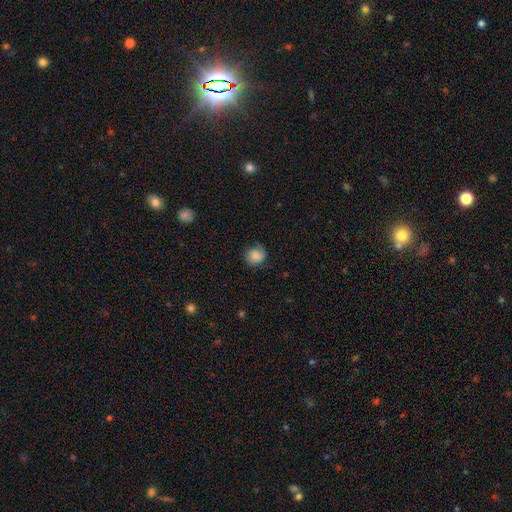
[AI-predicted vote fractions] Morphology: type=smooth (86%); roundness=round (90%); merging=none (79%).